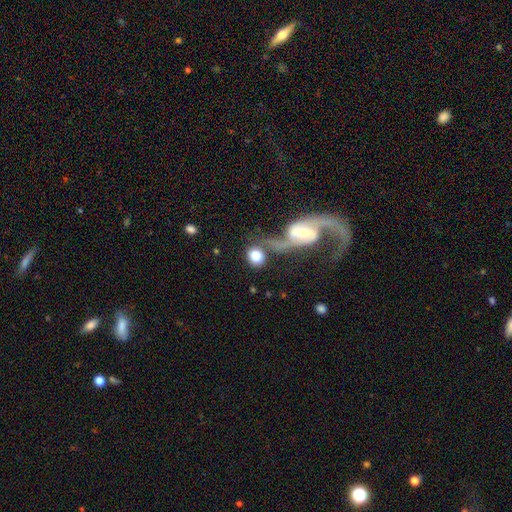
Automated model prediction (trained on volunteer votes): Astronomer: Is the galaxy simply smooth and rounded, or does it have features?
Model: smooth — 71%.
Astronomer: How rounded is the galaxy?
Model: round — 70%.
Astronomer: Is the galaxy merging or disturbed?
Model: none — 39% (runner-up: merger, 38%).